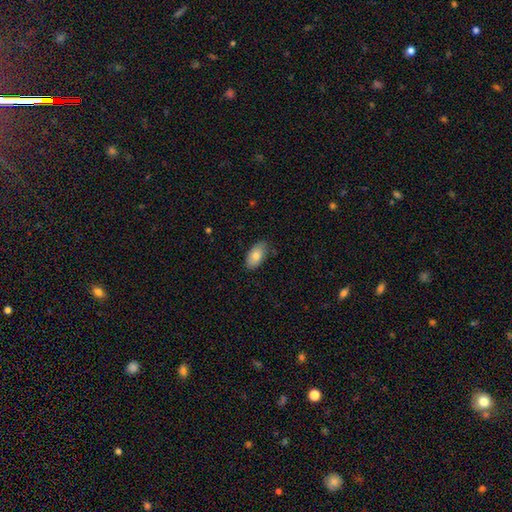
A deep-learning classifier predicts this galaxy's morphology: A smooth galaxy with no disk features (79%) that is in between round and cigar-shaped (94%). Merging: none (79%).